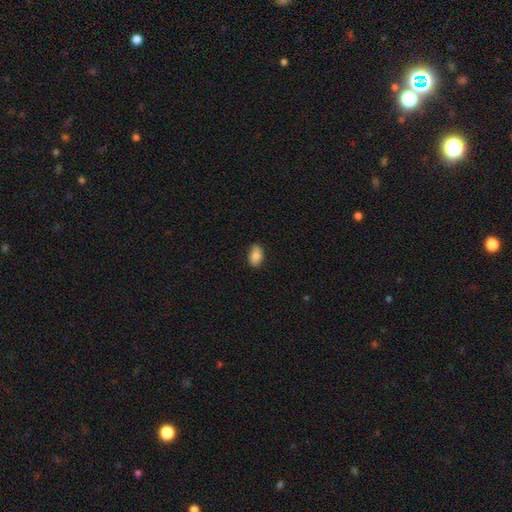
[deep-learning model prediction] Q: Smooth or featured?
A: smooth (82%); runner-up: featured or disk (11%)
Q: How rounded?
A: in between (90%); runner-up: round (8%)
Q: Merging?
A: none (83%); runner-up: minor disturbance (14%)